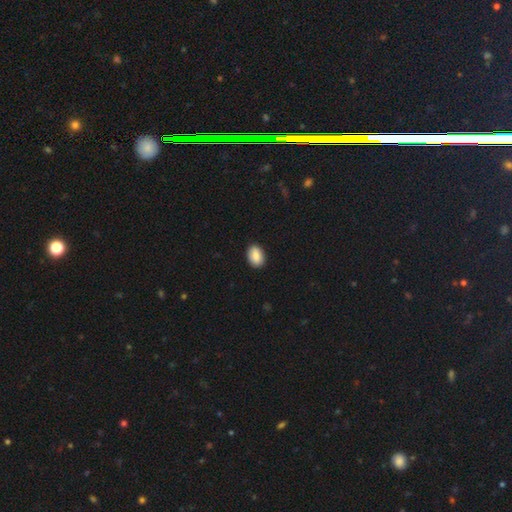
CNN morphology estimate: Smooth or featured: smooth — 88% (star or artifact — 7%)
How rounded: in between — 83% (round — 16%)
Merging: none — 90% (minor disturbance — 7%)